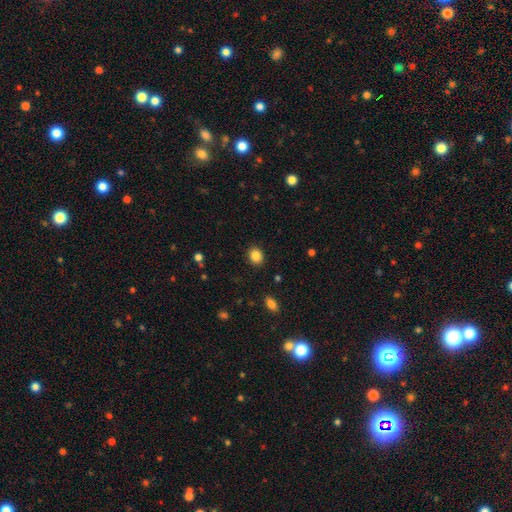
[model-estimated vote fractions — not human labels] smooth-or-featured: smooth: 86% | star or artifact: 10% | featured or disk: 4%
  how-rounded: round: 63% | in between: 36% | cigar-shaped: 1%
  merging: none: 89% | minor disturbance: 7% | major disturbance: 2% | merger: 1%